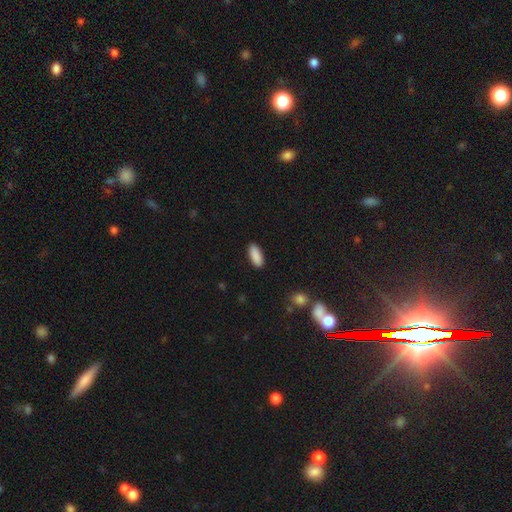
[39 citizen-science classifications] smooth-or-featured: smooth: 85% | featured or disk: 8% | star or artifact: 8%
  how-rounded: in between: 64% | cigar-shaped: 30% | round: 6%
  merging: none: 81% | minor disturbance: 8% | merger: 8% | major disturbance: 3%